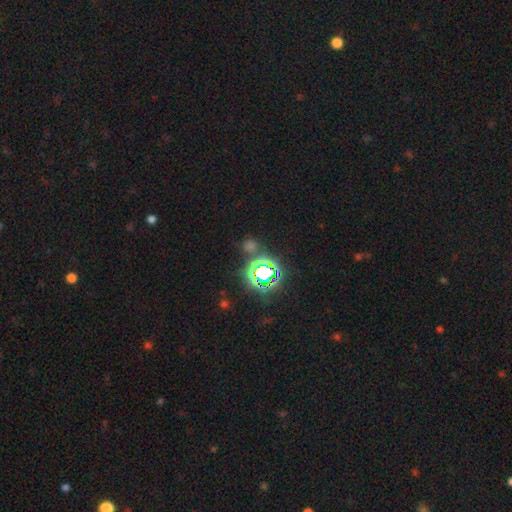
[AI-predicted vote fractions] The model was most divided on "smooth or featured": star or artifact: 77%, smooth: 16%, featured or disk: 7%.